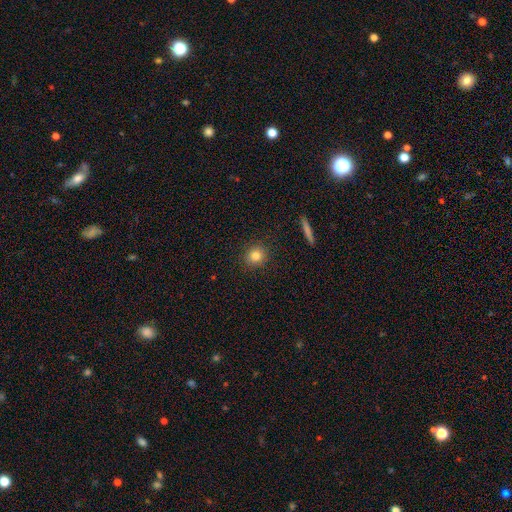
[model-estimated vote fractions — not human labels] Morphology: type=smooth (80%); roundness=round (89%); merging=none (91%).